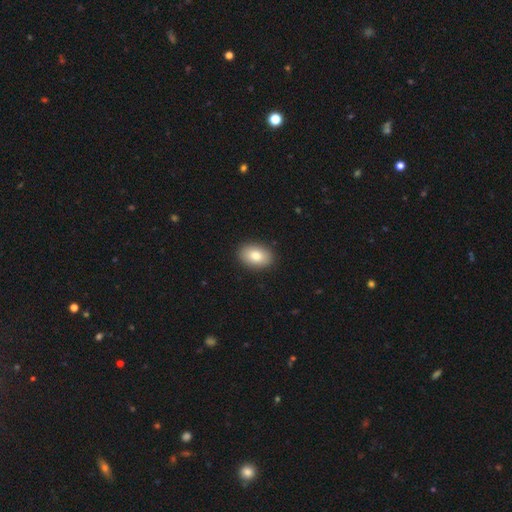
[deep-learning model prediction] Smooth or featured?
  - smooth: 83% *
  - featured or disk: 10%
  - star or artifact: 8%
How rounded?
  - in between: 83% *
  - round: 16%
  - cigar-shaped: 1%
Merging?
  - none: 91% *
  - minor disturbance: 7%
  - major disturbance: 2%
  - merger: 1%